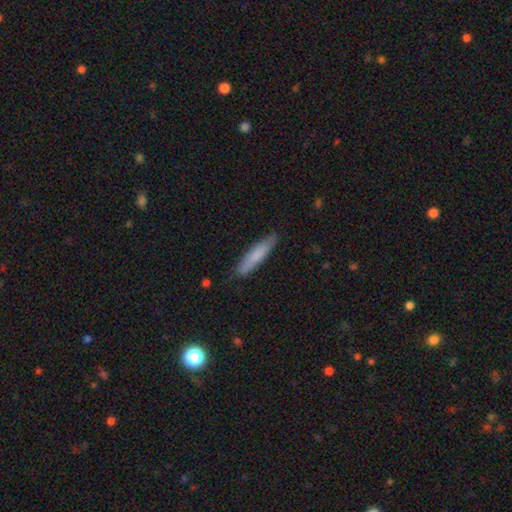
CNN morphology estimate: Overall: smooth (76%). How rounded: cigar-shaped (87%). Merging: none (85%).